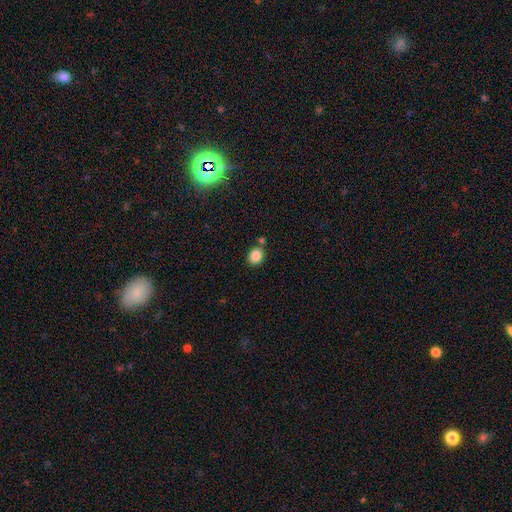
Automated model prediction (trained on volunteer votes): Smooth or featured? smooth (86%)
How rounded? in between (53%)
Merging? none (73%)